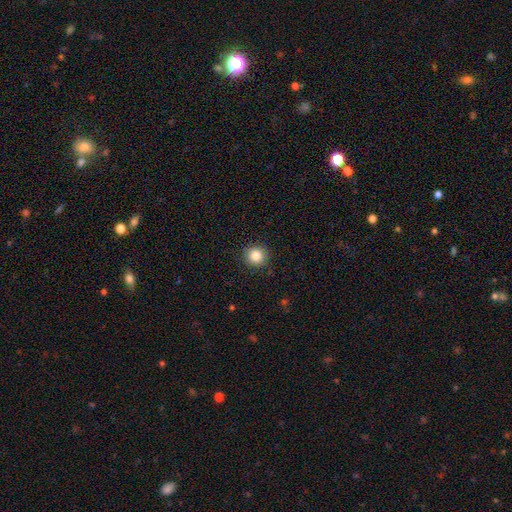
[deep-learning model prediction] smooth-or-featured: smooth: 84% | star or artifact: 10% | featured or disk: 6%
  how-rounded: round: 93% | in between: 6% | cigar-shaped: 1%
  merging: none: 90% | minor disturbance: 7% | major disturbance: 2% | merger: 1%